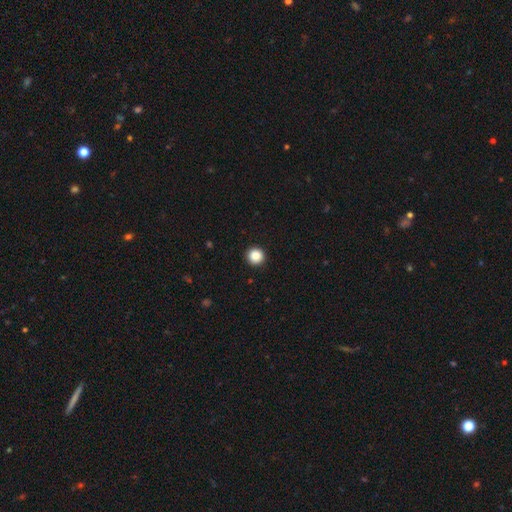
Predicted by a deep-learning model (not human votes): Smooth or featured? smooth (87%)
How rounded? round (95%)
Merging? none (93%)